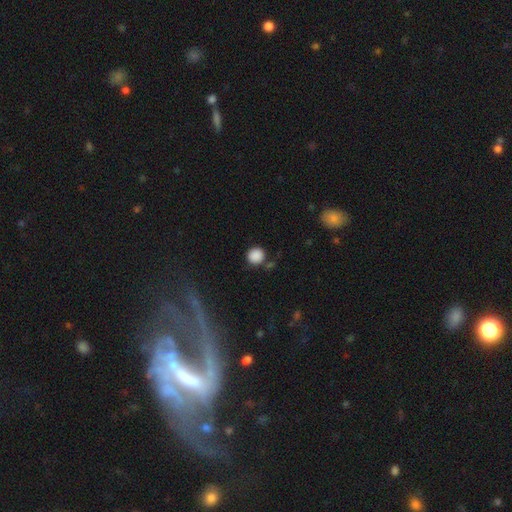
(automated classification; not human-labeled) This is clearly a smooth galaxy (87%). How rounded: clearly round (90%). Merging: likely none (78%).